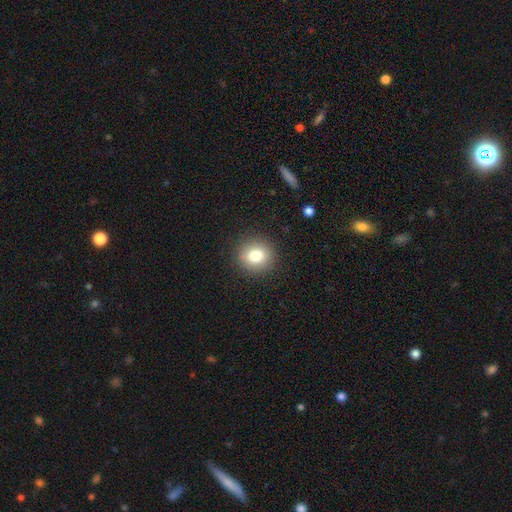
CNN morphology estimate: smooth_or_featured: smooth (p=0.79) [alt: star or artifact p=0.11]
how_rounded: round (p=0.88) [alt: in between p=0.11]
merging: none (p=0.91) [alt: minor disturbance p=0.06]